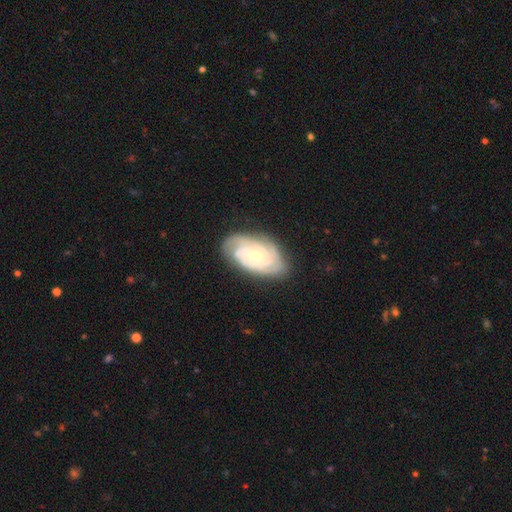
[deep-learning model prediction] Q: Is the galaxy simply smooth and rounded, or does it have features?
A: featured or disk — 85%.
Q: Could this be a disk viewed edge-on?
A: no — 96%.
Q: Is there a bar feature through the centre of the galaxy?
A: no — 62%.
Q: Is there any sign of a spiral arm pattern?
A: yes — 97%.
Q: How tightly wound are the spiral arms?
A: tight — 75%.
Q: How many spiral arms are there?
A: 3 — 34%.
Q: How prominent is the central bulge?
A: small — 56%.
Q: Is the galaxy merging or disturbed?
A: none — 79%.